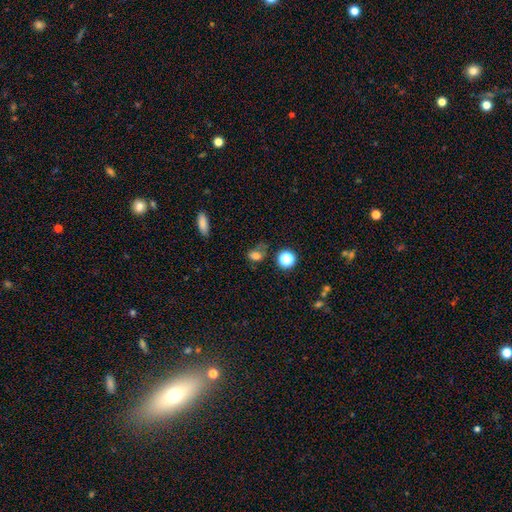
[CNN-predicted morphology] The model was most divided on "merging": none: 45%, minor disturbance: 29%, major disturbance: 19%, merger: 7%. More confident: smooth or featured — smooth (73%); how rounded — in between (64%).